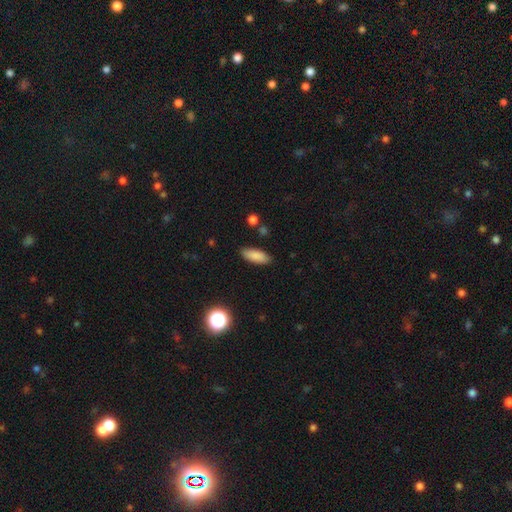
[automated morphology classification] The model was most divided on "how rounded": in between: 73%, cigar-shaped: 24%, round: 2%. More confident: merging — none (87%); smooth or featured — smooth (85%).